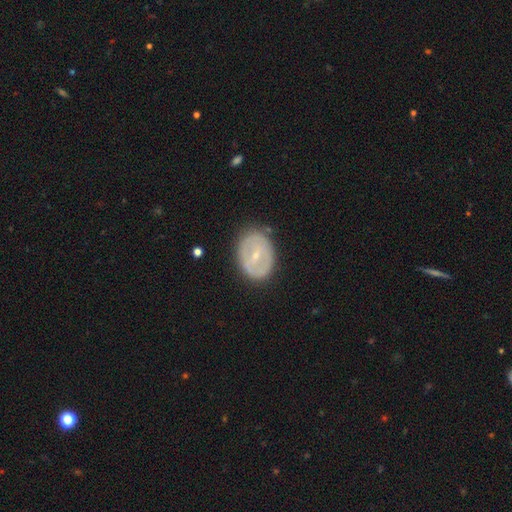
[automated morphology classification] Smooth or featured? Predicted: featured or disk (p=0.61). Edge-on disk? Predicted: no (p=0.93). Bar? Predicted: weak (p=0.41). Spiral arms? Predicted: no (p=0.78). Bulge size? Predicted: small (p=0.69). Merging? Predicted: none (p=0.79).